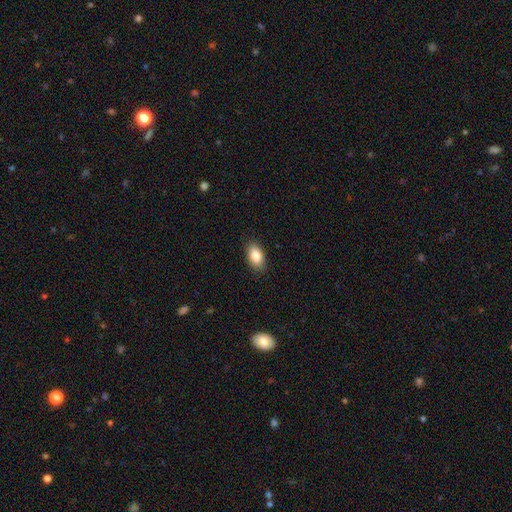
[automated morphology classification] The model was most divided on "smooth or featured": smooth: 85%, featured or disk: 7%, star or artifact: 7%. More confident: how rounded — in between (91%); merging — none (88%).